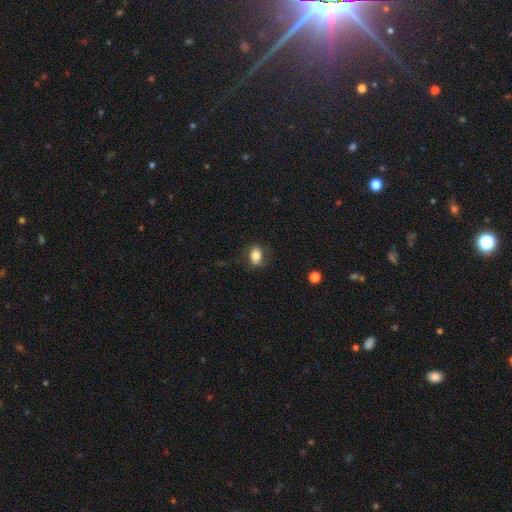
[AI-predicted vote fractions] Smooth or featured? smooth (79%)
How rounded? in between (78%)
Merging? none (75%)